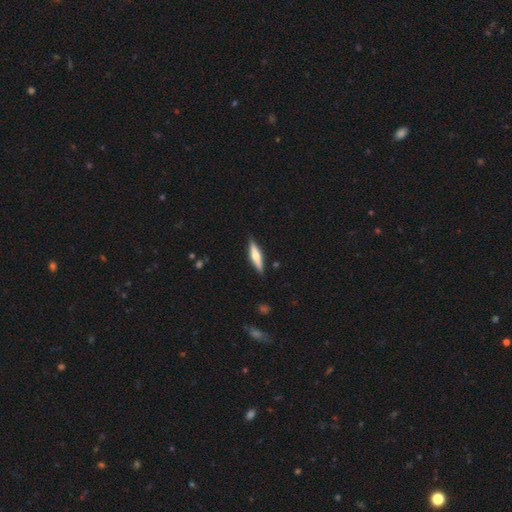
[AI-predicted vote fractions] Overall: featured or disk (48%; smooth 46%). Merging: none (88%).